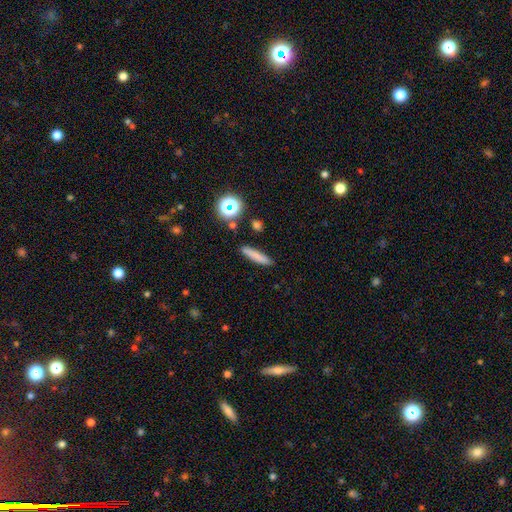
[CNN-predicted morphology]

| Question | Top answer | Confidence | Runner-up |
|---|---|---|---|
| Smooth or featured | smooth | 77% | featured or disk (12%) |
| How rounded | cigar-shaped | 88% | in between (9%) |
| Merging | none | 88% | minor disturbance (8%) |